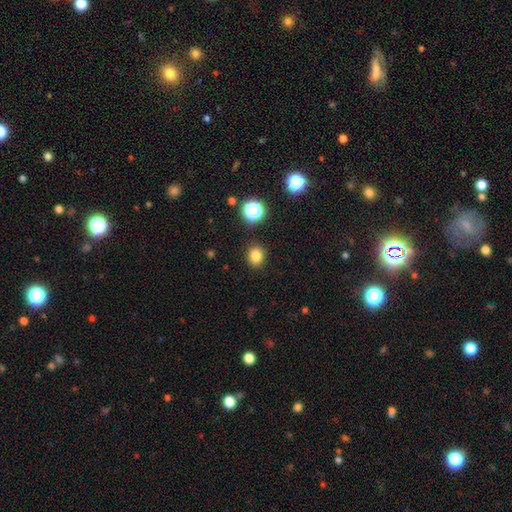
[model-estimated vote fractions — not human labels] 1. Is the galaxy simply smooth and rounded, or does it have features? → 80% smooth, 14% star or artifact, 6% featured or disk.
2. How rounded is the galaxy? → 73% round, 26% in between, 1% cigar-shaped.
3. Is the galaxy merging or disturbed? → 89% none, 7% minor disturbance, 2% major disturbance, 2% merger.